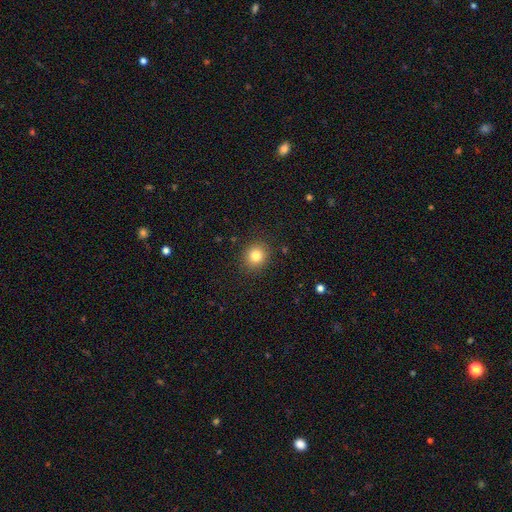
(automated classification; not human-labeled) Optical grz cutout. It shows a smooth galaxy with no disk features (82%) that is round (84%). Merging: none (89%).